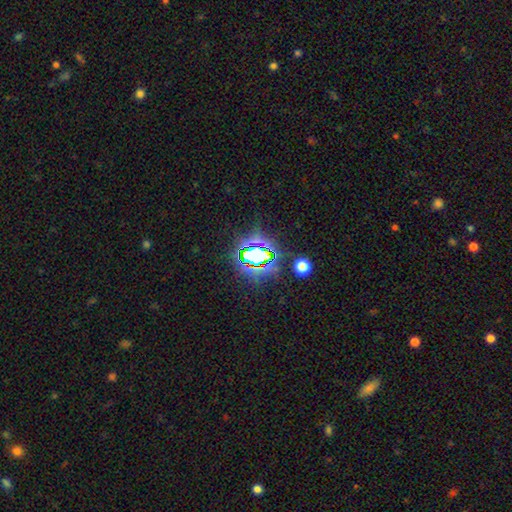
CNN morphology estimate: Smooth or featured? Predicted: star or artifact (p=0.72).